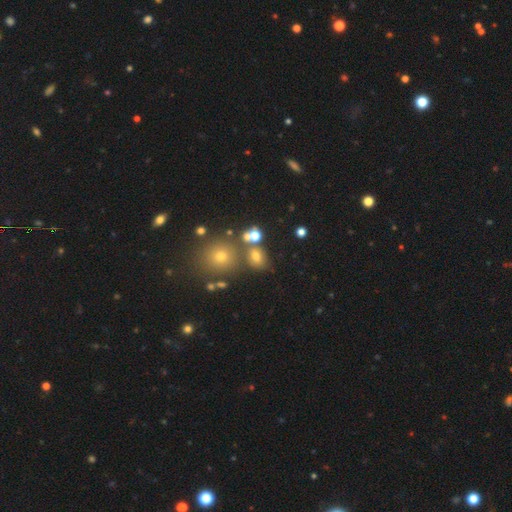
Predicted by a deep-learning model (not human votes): smooth 68%, star or artifact 20%, featured or disk 12%. Down the decision tree: how rounded — in between (52%); merging — none (59%).